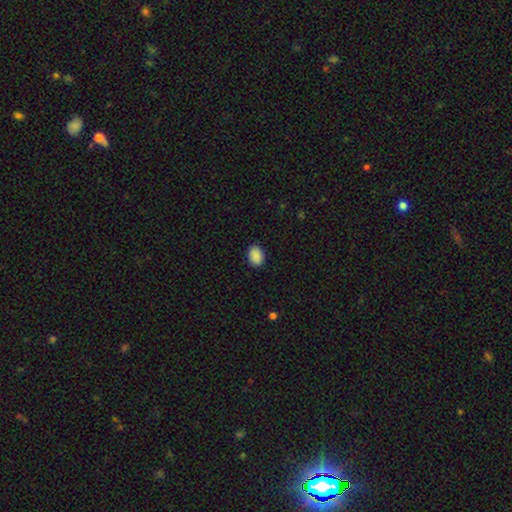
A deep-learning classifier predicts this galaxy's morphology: Smooth or featured? smooth (90%)
How rounded? in between (75%)
Merging? none (89%)